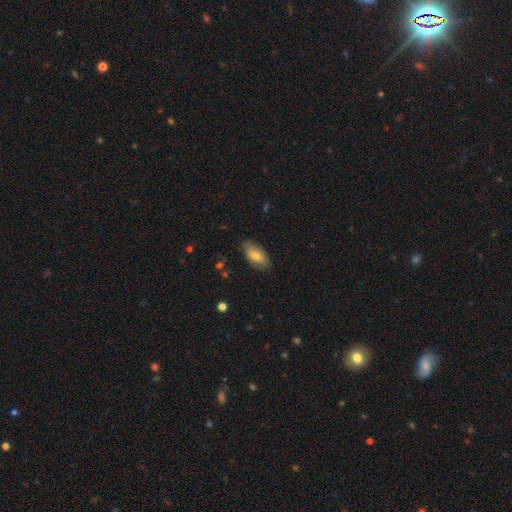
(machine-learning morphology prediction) Overall: smooth (69%). How rounded: in between (90%). Merging: none (80%).